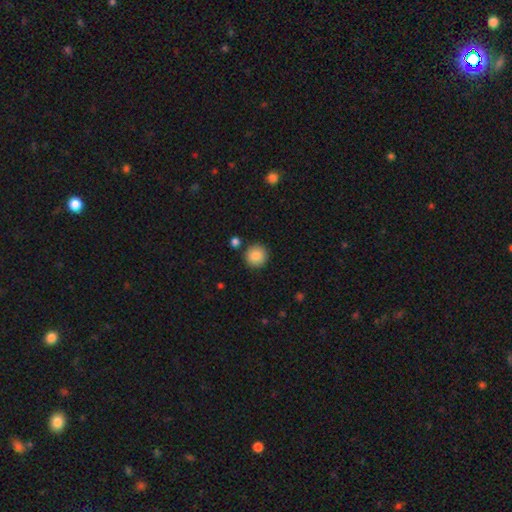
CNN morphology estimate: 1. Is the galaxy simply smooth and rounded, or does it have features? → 88% smooth, 8% star or artifact, 4% featured or disk.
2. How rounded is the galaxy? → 94% round, 5% in between, 1% cigar-shaped.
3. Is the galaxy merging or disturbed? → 88% none, 6% minor disturbance, 3% merger, 2% major disturbance.